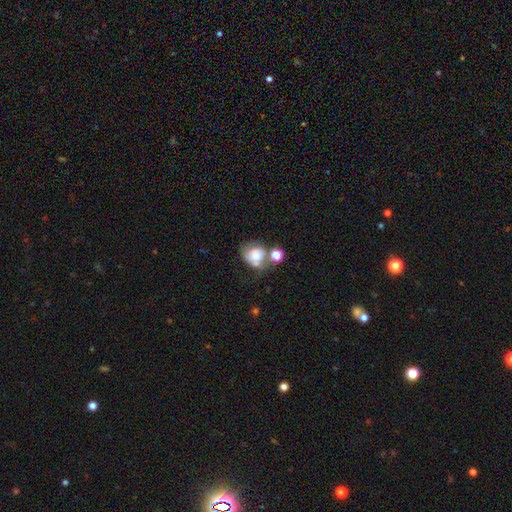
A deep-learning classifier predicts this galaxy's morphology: Smooth or featured? Predicted: smooth (p=0.66). How rounded? Predicted: round (p=0.59). Merging? Predicted: merger (p=0.33).